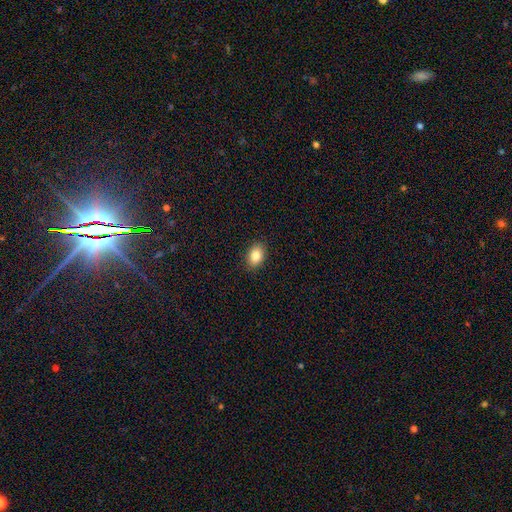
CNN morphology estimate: This is clearly a smooth galaxy (84%). How rounded: clearly in between (80%). Merging: clearly none (89%).